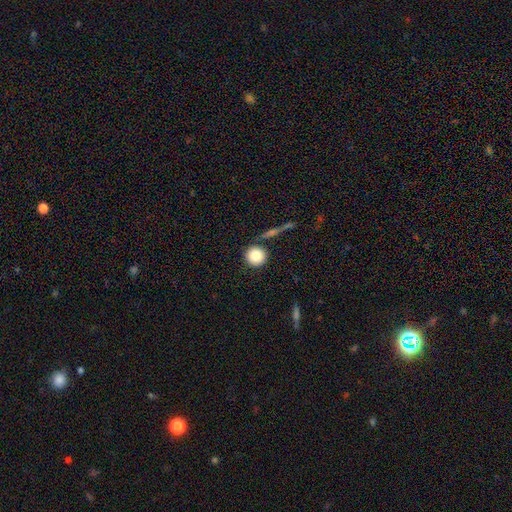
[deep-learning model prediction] Morphology: type=smooth (84%); roundness=round (94%); merging=none (83%).